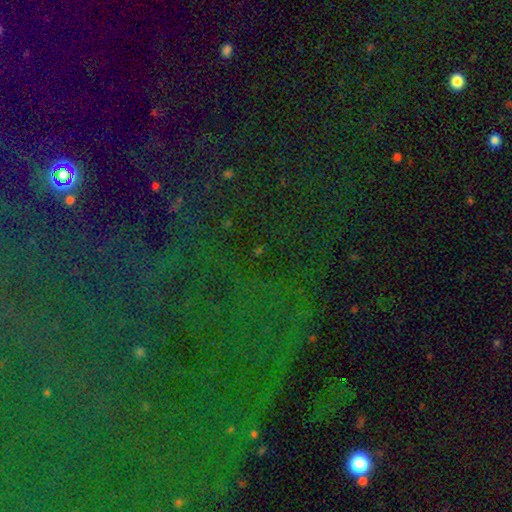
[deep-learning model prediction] Overall: star or artifact (81%).